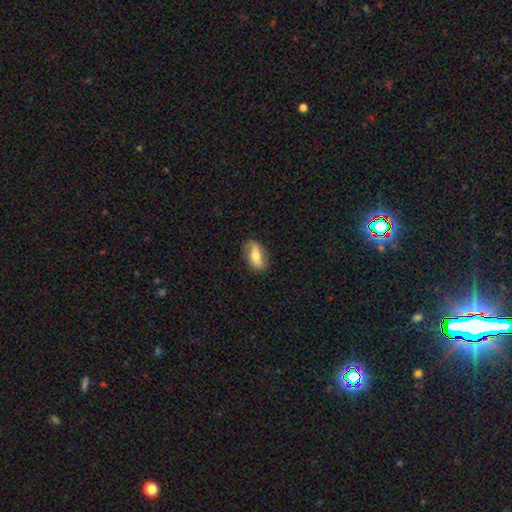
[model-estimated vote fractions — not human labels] This appears to be a featured or disk galaxy (47%). Merging: none (82%).